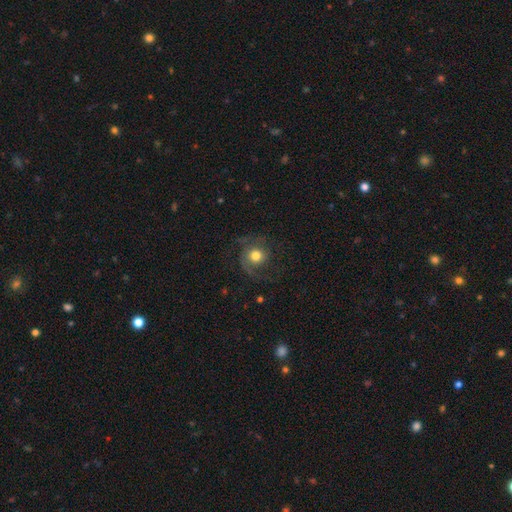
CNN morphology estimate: This is possibly a featured or disk galaxy (53%). It is clearly not viewed edge-on (97%). Bar: likely no (78%). Spiral arm pattern: clearly yes (86%). Central bulge: likely moderate (61%). Merging: likely none (63%).